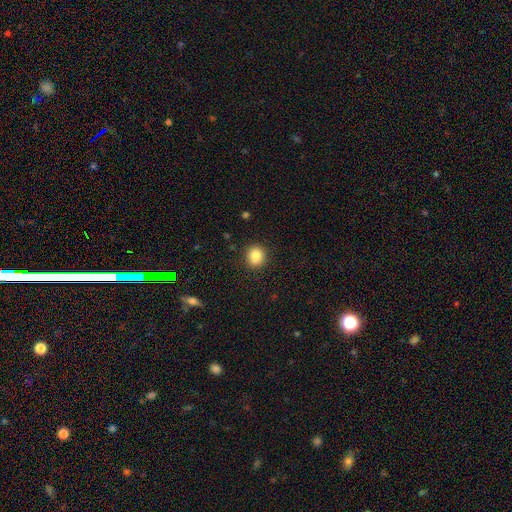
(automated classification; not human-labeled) This appears to be a smooth galaxy with no disk features (85%) that is round (80%). Merging: none (89%).